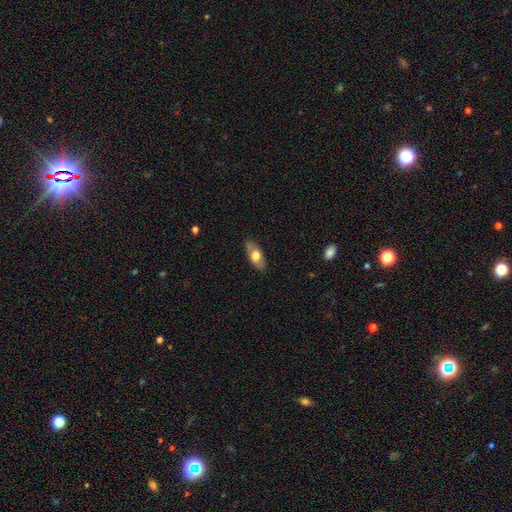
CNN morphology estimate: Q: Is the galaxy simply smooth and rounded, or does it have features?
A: smooth — 59%.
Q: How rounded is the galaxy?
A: in between — 84%.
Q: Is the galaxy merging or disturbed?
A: none — 80%.